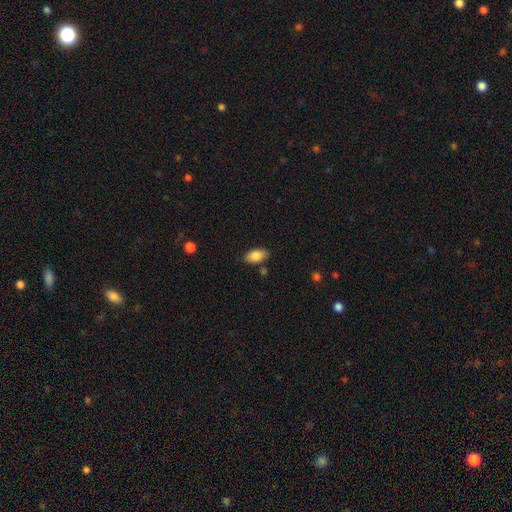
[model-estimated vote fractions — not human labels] Smooth or featured? smooth (86%)
How rounded? in between (93%)
Merging? none (83%)